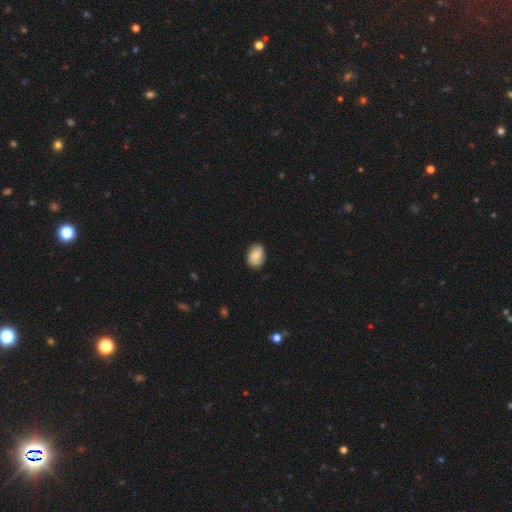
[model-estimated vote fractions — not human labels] This is likely a smooth galaxy (71%). How rounded: likely in between (80%). Merging: likely none (80%).